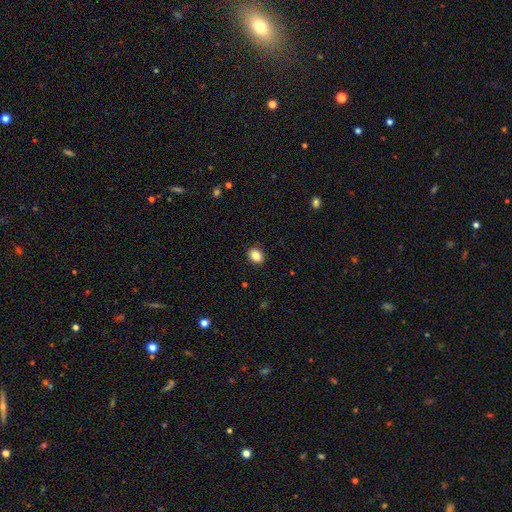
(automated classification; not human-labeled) Smooth or featured: smooth — 85% (star or artifact — 9%)
How rounded: in between — 59% (round — 41%)
Merging: none — 90% (minor disturbance — 7%)